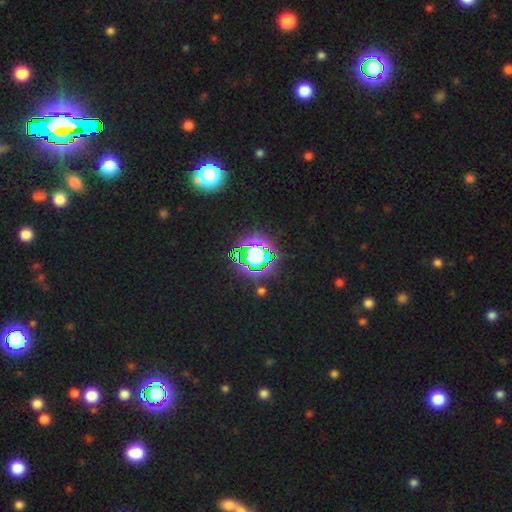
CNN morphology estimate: star or artifact 66%, smooth 20%, featured or disk 13%.